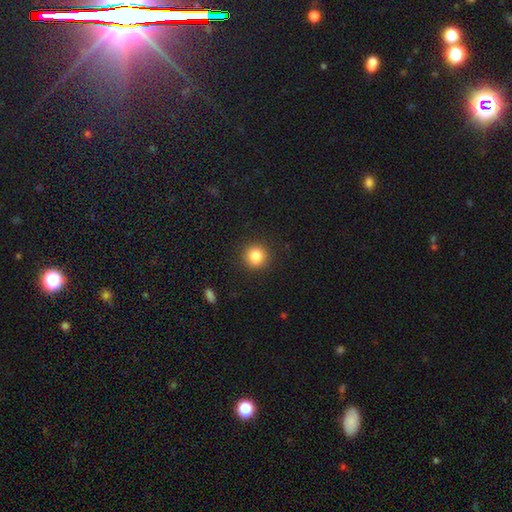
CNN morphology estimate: This appears to be a smooth galaxy with no disk features (85%) that is round (89%). Merging: none (90%).